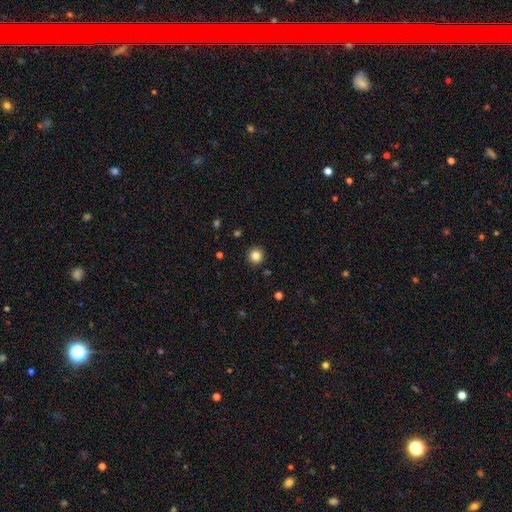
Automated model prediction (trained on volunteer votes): Q: Smooth or featured?
A: smooth (84%); runner-up: star or artifact (11%)
Q: How rounded?
A: round (94%); runner-up: in between (5%)
Q: Merging?
A: none (92%); runner-up: minor disturbance (5%)